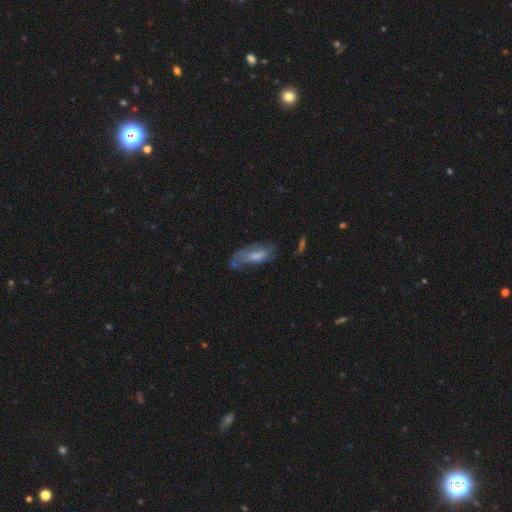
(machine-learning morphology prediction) smooth 65%, featured or disk 27%, star or artifact 8%. Down the decision tree: how rounded — in between (70%); merging — none (40%).